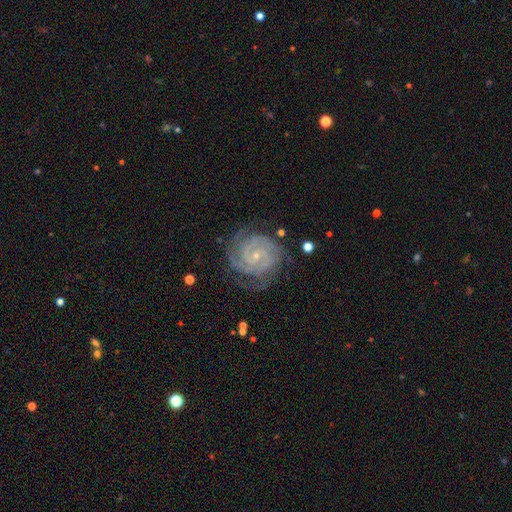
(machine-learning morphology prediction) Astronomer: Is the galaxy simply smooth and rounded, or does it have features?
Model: featured or disk — 90%.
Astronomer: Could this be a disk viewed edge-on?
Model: no — 98%.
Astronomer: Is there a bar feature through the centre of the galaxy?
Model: no — 64%.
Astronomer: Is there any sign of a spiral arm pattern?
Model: yes — 98%.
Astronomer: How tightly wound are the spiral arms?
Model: tight — 79%.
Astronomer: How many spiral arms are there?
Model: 3 — 28% (runner-up: 2, 27%).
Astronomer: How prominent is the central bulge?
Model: small — 81%.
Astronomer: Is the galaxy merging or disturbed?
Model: none — 75%.